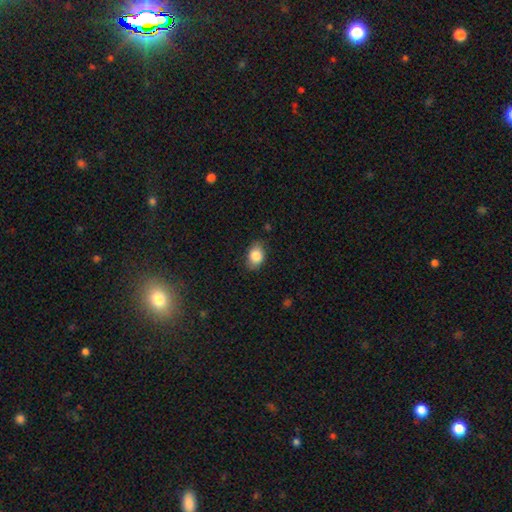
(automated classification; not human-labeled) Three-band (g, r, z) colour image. It shows a smooth galaxy with no disk features (85%) that is in between round and cigar-shaped (76%). Merging: none (78%).